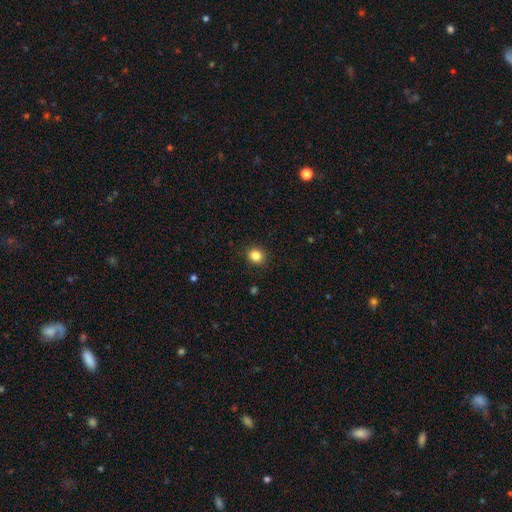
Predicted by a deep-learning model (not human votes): Overall: smooth (85%). How rounded: round (72%). Merging: none (90%).